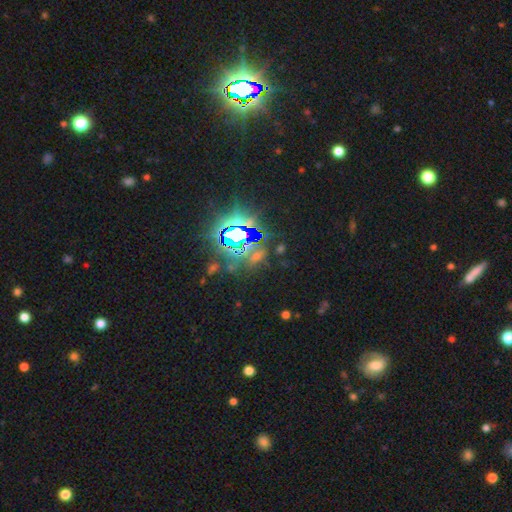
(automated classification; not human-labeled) Morphology: type=star or artifact (77%).